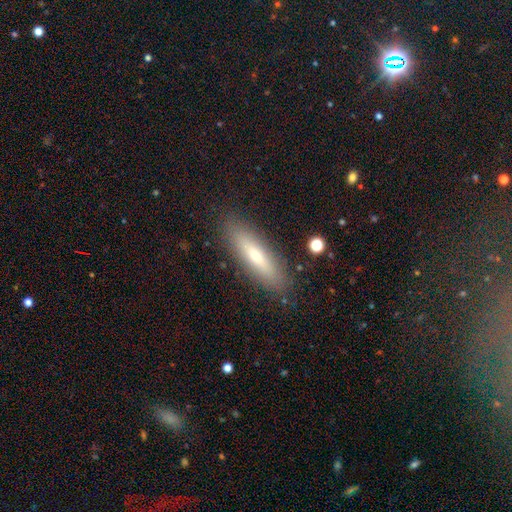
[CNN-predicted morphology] type=smooth (62%); roundness=cigar-shaped (70%); merging=none (87%).